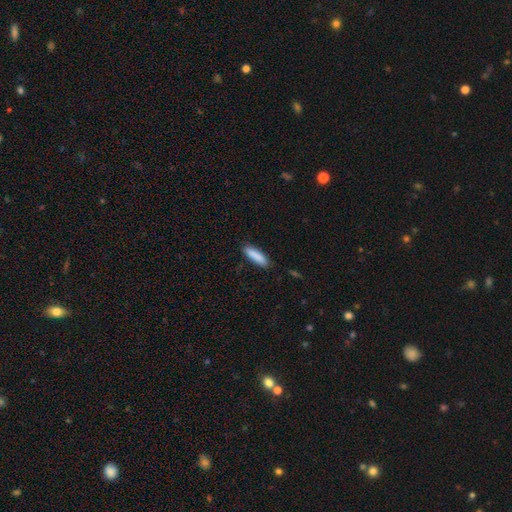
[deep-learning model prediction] smooth 88%, star or artifact 6%, featured or disk 6%. Down the decision tree: how rounded — cigar-shaped (67%); merging — none (86%).